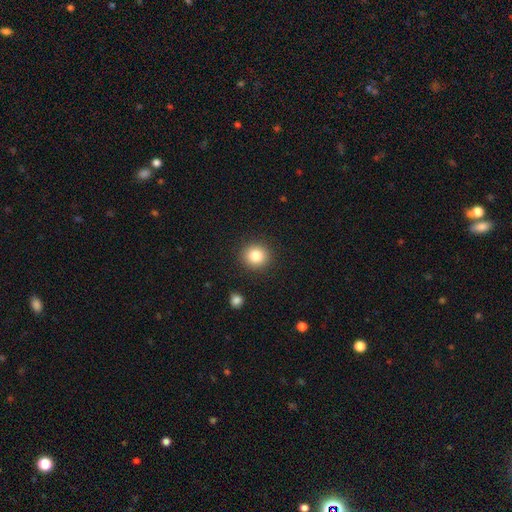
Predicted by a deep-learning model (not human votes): smooth-or-featured: smooth: 83% | star or artifact: 10% | featured or disk: 7%
  how-rounded: round: 90% | in between: 9% | cigar-shaped: 1%
  merging: none: 90% | minor disturbance: 6% | major disturbance: 2% | merger: 1%